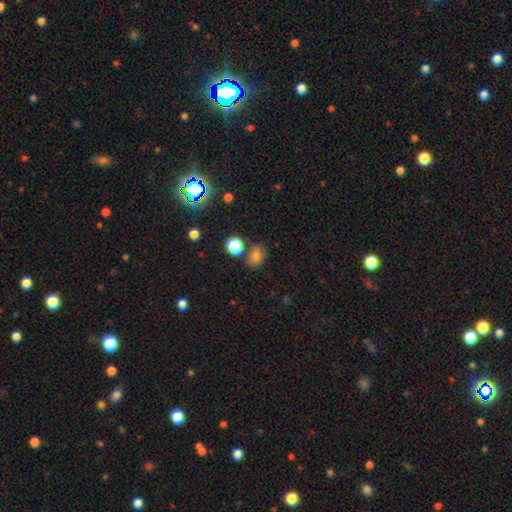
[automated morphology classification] This appears to be a smooth galaxy with no disk features (76%) that is in between round and cigar-shaped (58%). Merging: none (71%).